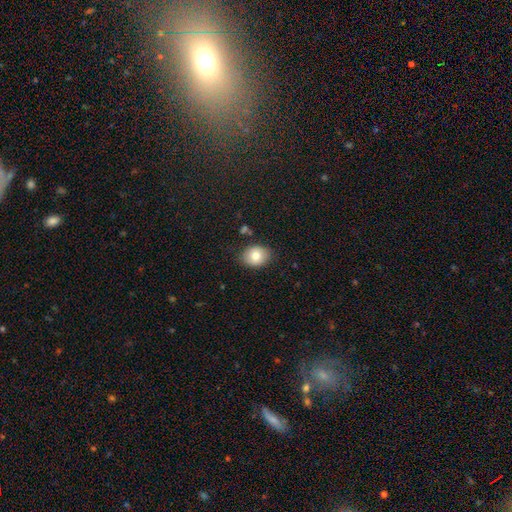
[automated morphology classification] Overall: smooth (80%). How rounded: in between (59%; round 40%). Merging: none (82%).